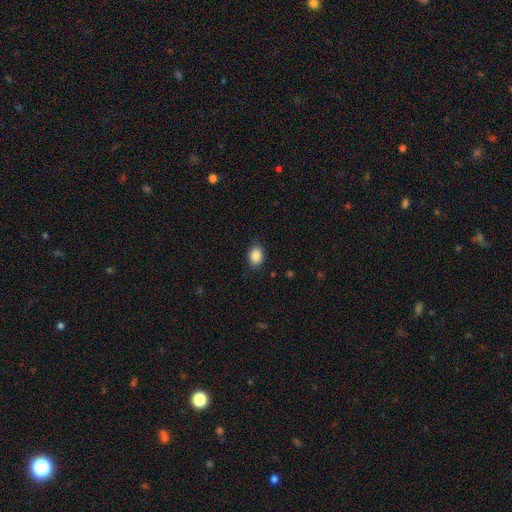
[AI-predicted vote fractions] Overall: smooth (88%). How rounded: in between (70%). Merging: none (86%).